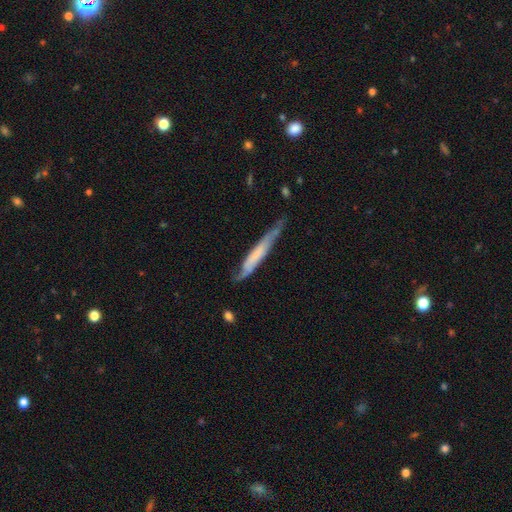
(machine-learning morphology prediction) Smooth or featured?
  - featured or disk: 52% *
  - smooth: 42%
  - star or artifact: 6%
Edge-on disk?
  - yes: 78% *
  - no: 22%
Merging?
  - none: 55% *
  - minor disturbance: 31%
  - major disturbance: 11%
  - merger: 3%